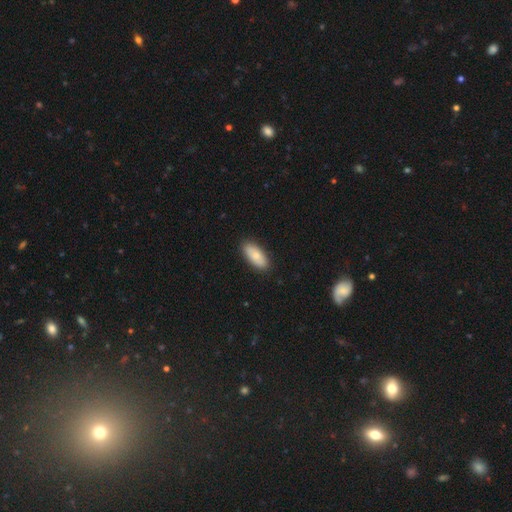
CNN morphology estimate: This appears to be a smooth galaxy with no disk features (76%) that is in between round and cigar-shaped (86%). Merging: none (88%).